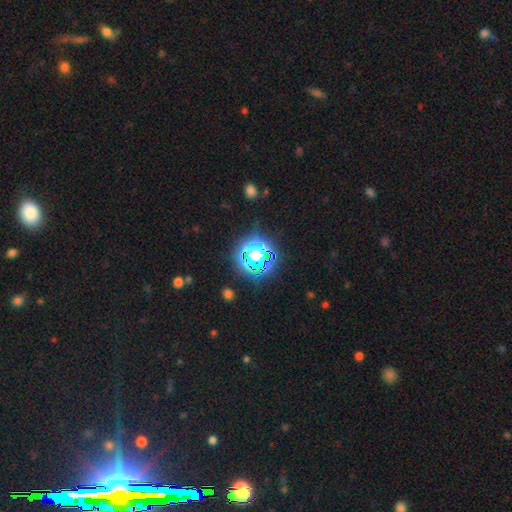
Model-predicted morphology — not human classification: smooth_or_featured: star or artifact (p=0.76) [alt: smooth p=0.18]